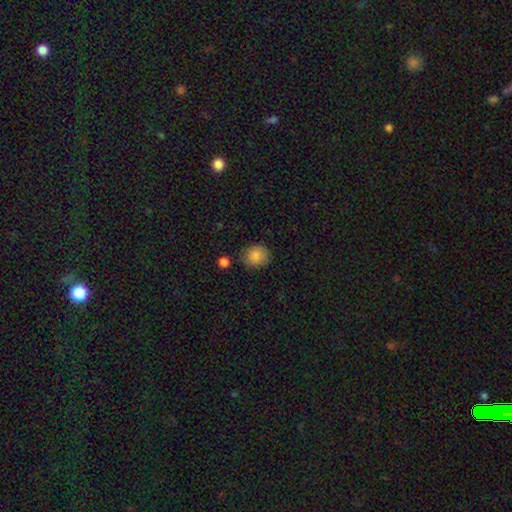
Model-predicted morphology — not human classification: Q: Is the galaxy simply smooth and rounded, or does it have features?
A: smooth — 87%.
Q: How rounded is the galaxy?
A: round — 74%.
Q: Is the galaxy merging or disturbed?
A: none — 79%.